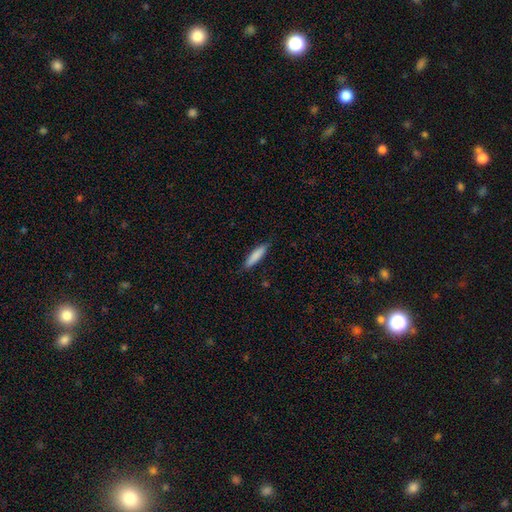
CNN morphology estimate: A smooth galaxy with no disk features (83%) that is cigar-shaped (79%). Merging: none (86%).